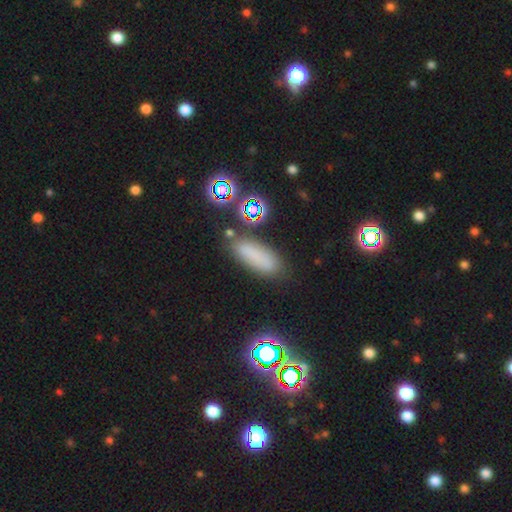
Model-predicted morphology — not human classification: The model was most divided on "how rounded": in between: 62%, cigar-shaped: 34%, round: 4%. More confident: merging — none (77%); smooth or featured — smooth (71%).